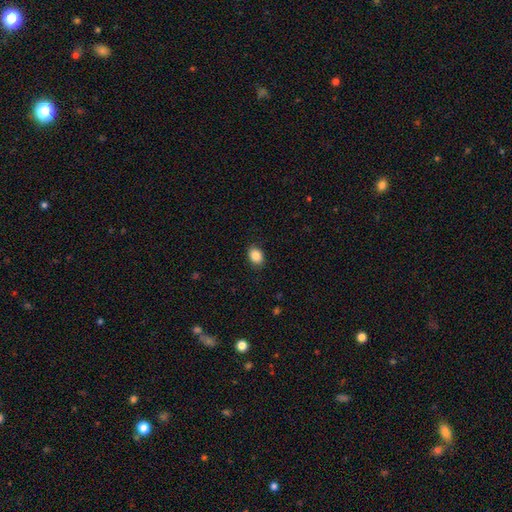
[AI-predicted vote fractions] This is clearly a smooth galaxy (88%). How rounded: likely in between (70%). Merging: clearly none (89%).